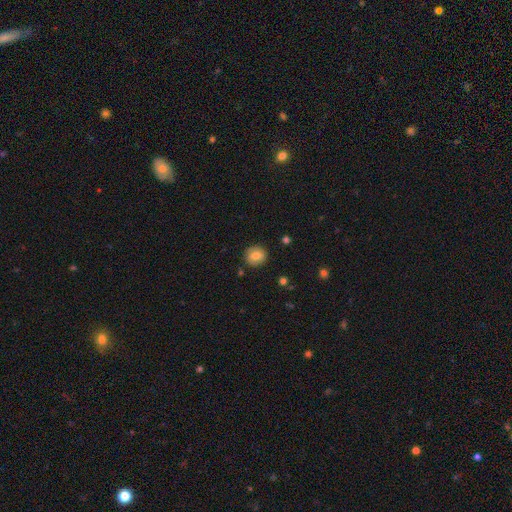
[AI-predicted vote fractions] Smooth or featured: smooth — 76% (featured or disk — 15%)
How rounded: round — 80% (in between — 19%)
Merging: none — 86% (minor disturbance — 10%)